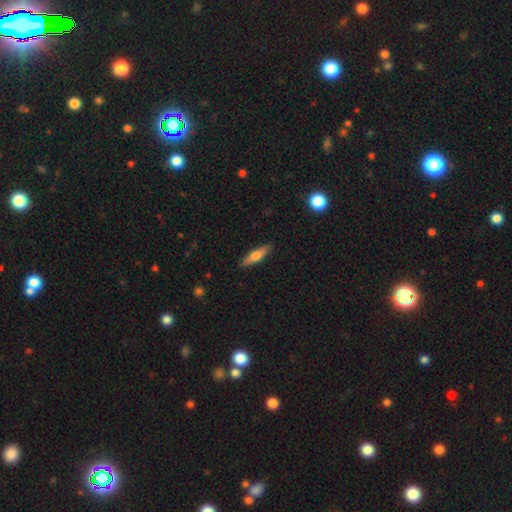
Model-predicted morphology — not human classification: type=smooth (55%); roundness=cigar-shaped (70%); merging=none (89%).